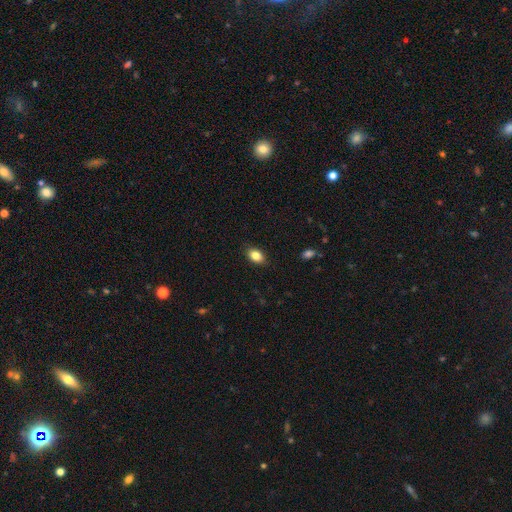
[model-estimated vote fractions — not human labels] smooth_or_featured: smooth (p=0.85) [alt: star or artifact p=0.08]
how_rounded: in between (p=0.85) [alt: round p=0.14]
merging: none (p=0.87) [alt: minor disturbance p=0.10]